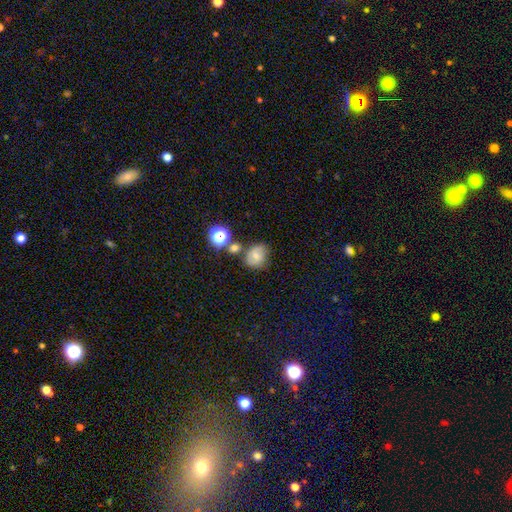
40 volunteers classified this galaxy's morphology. This is likely a smooth galaxy (65%). How rounded: likely round (77%). Merging: possibly none (50%).